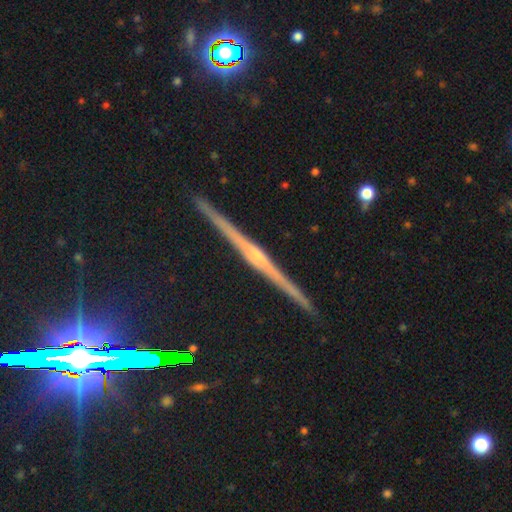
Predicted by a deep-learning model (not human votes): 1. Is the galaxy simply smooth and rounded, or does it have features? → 82% featured or disk, 10% star or artifact, 7% smooth.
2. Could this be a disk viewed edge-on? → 98% yes, 2% no.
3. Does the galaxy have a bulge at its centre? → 69% rounded, 20% none, 11% boxy.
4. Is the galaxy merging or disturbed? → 92% none, 5% minor disturbance, 1% major disturbance, 1% merger.